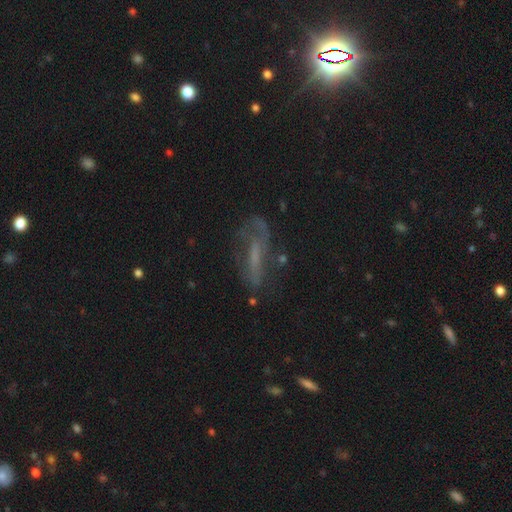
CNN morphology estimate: Smooth or featured? featured or disk (55%)
Edge-on disk? no (70%)
Merging? none (57%)